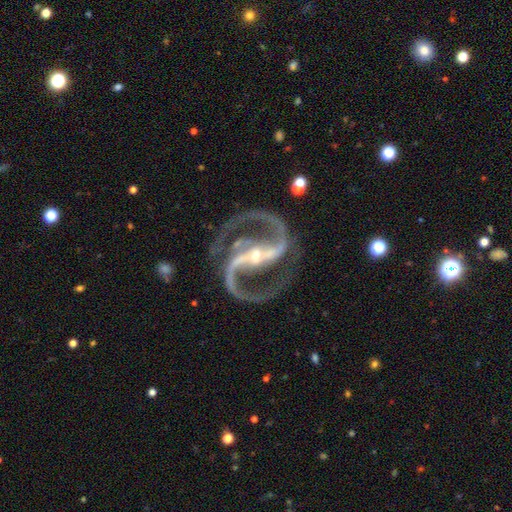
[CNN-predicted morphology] featured or disk 95%, star or artifact 4%, smooth 2%. Down the decision tree: edge-on disk — no (98%); bar — strong (71%); spiral arms — yes (99%); spiral arm count — 2 (95%); spiral winding — medium (71%); bulge size — small (64%); merging — none (81%).